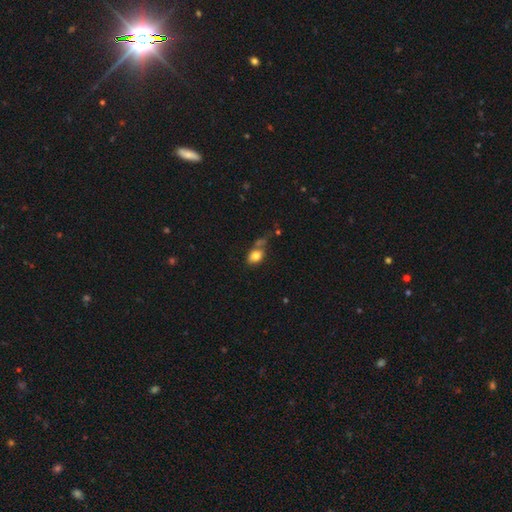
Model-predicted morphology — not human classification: Smooth or featured? smooth (80%)
How rounded? in between (76%)
Merging? none (45%)